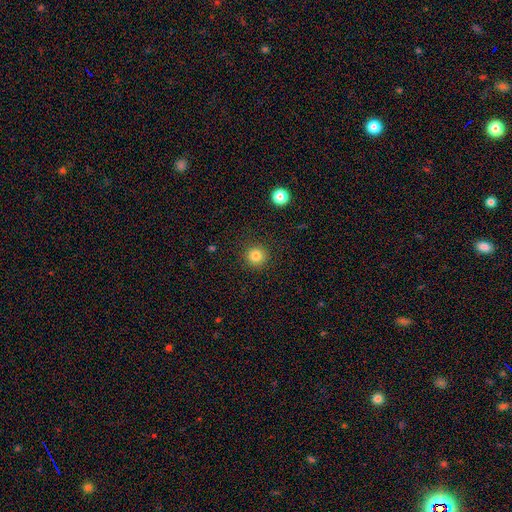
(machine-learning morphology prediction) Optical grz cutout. It shows a smooth galaxy with no disk features (83%) that is round (95%). Merging: none (90%).